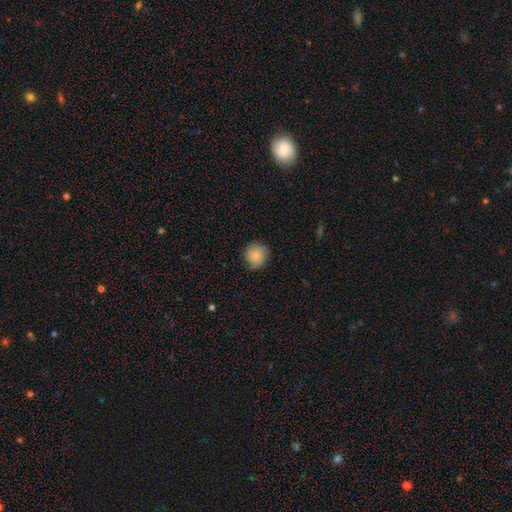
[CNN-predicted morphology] type=smooth (71%); roundness=round (86%); merging=none (80%).